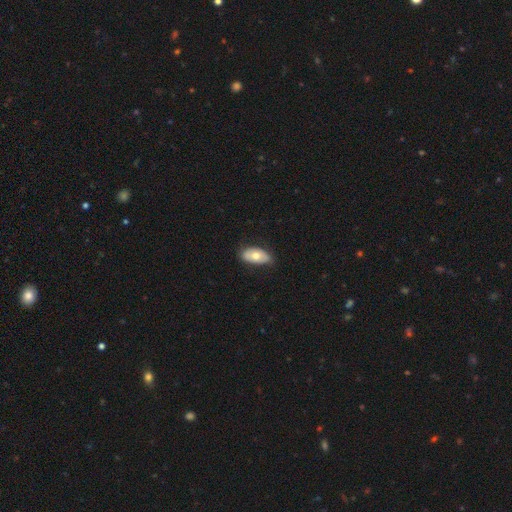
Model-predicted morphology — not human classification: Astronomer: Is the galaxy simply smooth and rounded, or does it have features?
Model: smooth — 65%.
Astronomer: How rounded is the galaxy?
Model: in between — 93%.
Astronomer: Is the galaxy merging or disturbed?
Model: none — 78%.